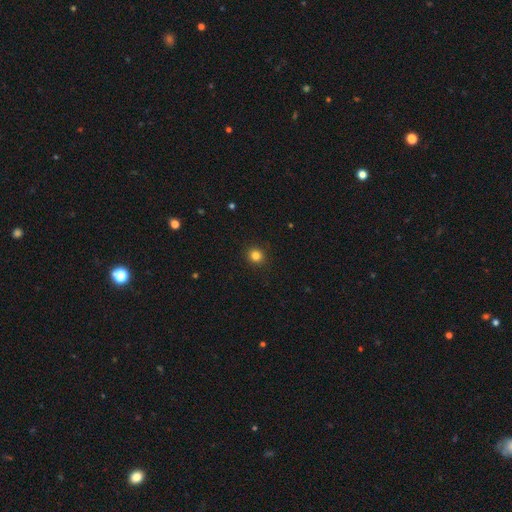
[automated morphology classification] smooth_or_featured: smooth (p=0.83) [alt: star or artifact p=0.13]
how_rounded: round (p=0.90) [alt: in between p=0.09]
merging: none (p=0.92) [alt: minor disturbance p=0.05]